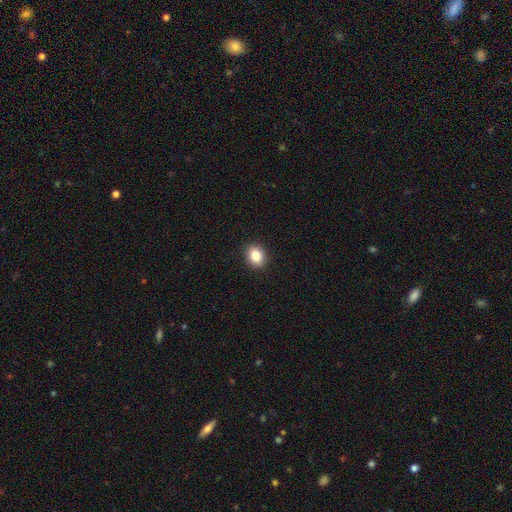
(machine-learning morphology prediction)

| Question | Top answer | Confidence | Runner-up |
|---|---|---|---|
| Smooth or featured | smooth | 84% | star or artifact (9%) |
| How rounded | in between | 55% | round (44%) |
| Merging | none | 91% | minor disturbance (7%) |